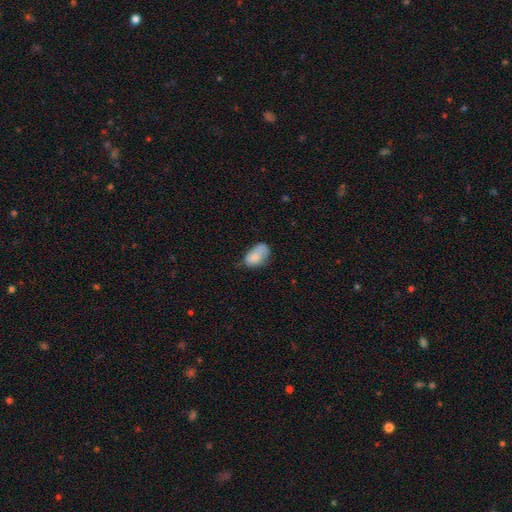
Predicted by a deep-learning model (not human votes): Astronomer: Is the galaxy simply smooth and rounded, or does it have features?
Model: smooth — 78%.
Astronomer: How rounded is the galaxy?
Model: in between — 90%.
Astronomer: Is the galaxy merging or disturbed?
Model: none — 40% (runner-up: minor disturbance, 38%).